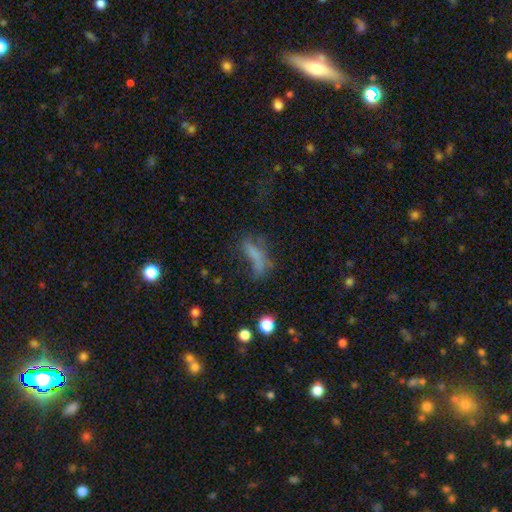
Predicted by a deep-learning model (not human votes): Morphology: type=smooth (60%); roundness=cigar-shaped (52%); merging=major disturbance (35%).